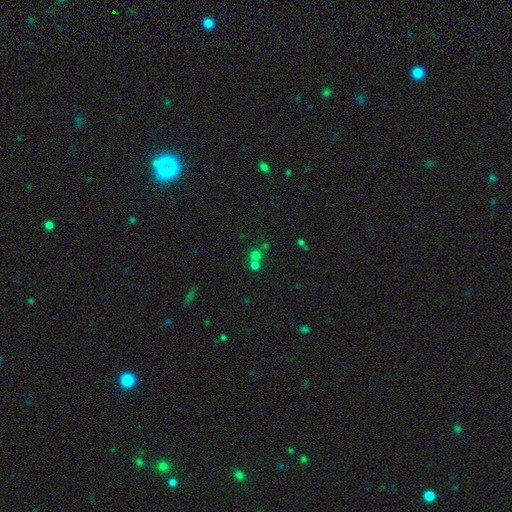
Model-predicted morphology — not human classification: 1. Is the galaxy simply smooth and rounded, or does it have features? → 62% smooth, 26% star or artifact, 12% featured or disk.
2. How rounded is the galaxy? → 87% round, 12% in between, 1% cigar-shaped.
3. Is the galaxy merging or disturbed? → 47% none, 45% merger, 5% minor disturbance, 3% major disturbance.